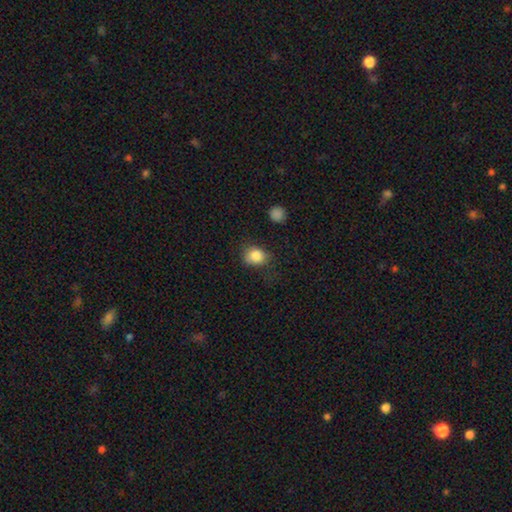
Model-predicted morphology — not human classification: A smooth galaxy with no disk features (84%) that is round (58%). Merging: none (67%).